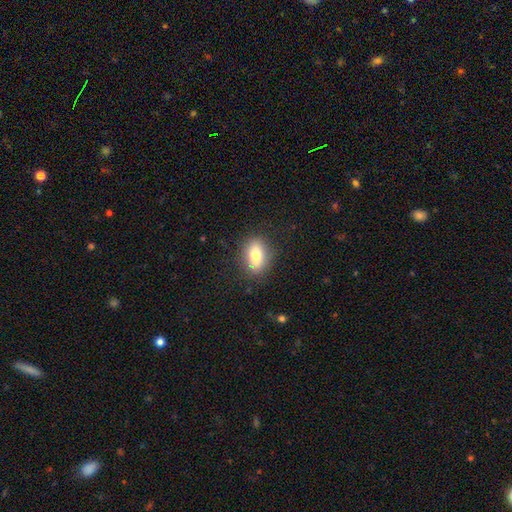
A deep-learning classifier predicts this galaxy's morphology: type=smooth (73%); roundness=in between (76%); merging=none (83%).